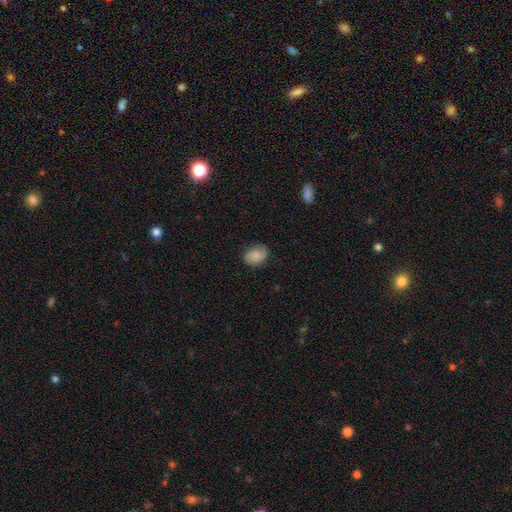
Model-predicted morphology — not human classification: Smooth or featured? smooth (64%)
How rounded? in between (66%)
Merging? none (75%)